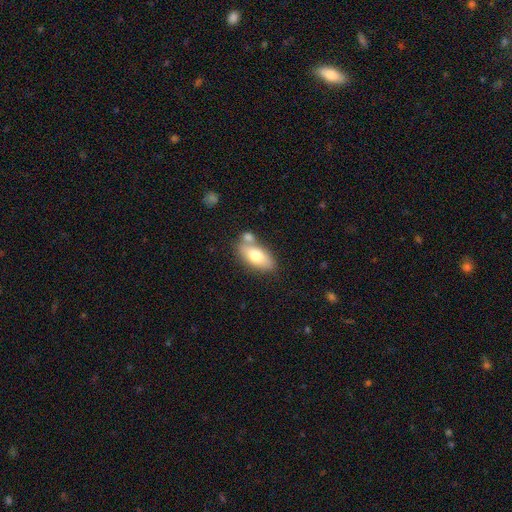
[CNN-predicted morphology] This appears to be a smooth galaxy with no disk features (72%) that is in between round and cigar-shaped (87%). Merging: none (54%).